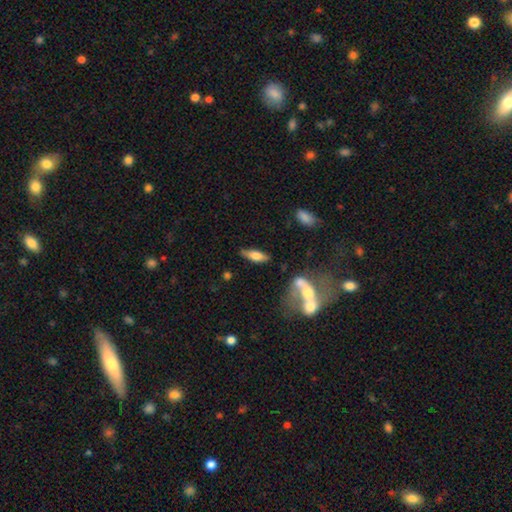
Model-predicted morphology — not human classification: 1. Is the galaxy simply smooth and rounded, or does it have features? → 61% smooth, 32% featured or disk, 7% star or artifact.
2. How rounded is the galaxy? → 61% in between, 36% cigar-shaped, 3% round.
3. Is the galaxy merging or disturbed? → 77% none, 14% minor disturbance, 5% merger, 4% major disturbance.